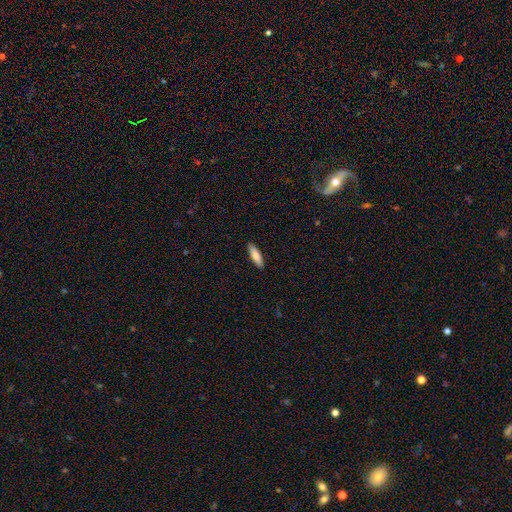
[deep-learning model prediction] A smooth galaxy with no disk features (80%) that is cigar-shaped (66%). Merging: none (90%).